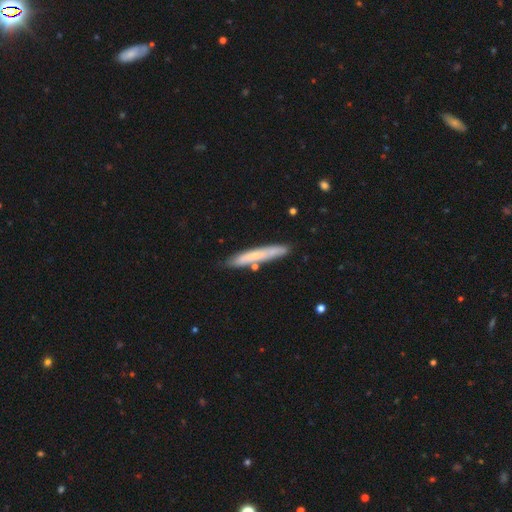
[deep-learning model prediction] A smooth galaxy with no disk features (59%) that is cigar-shaped (93%).

Vote fractions:
- Smooth or featured? smooth: 59% / featured or disk: 35% / star or artifact: 7%
- How rounded? cigar-shaped: 93% / in between: 6% / round: 1%
- Merging? none: 79% / minor disturbance: 13% / merger: 6% / major disturbance: 2%